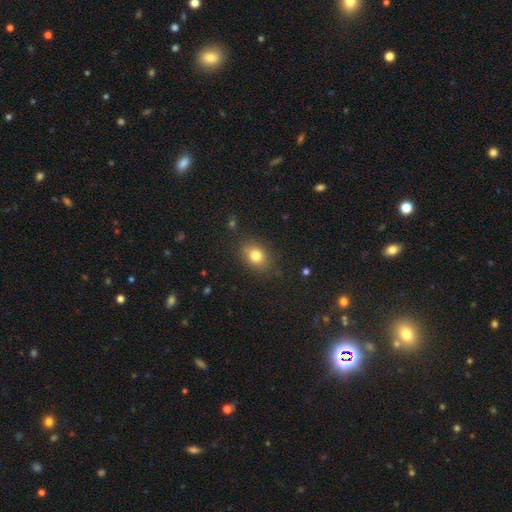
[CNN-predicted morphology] Smooth or featured?
  - smooth: 80% *
  - star or artifact: 11%
  - featured or disk: 9%
How rounded?
  - in between: 59% *
  - round: 39%
  - cigar-shaped: 1%
Merging?
  - none: 79% *
  - minor disturbance: 15%
  - major disturbance: 4%
  - merger: 2%